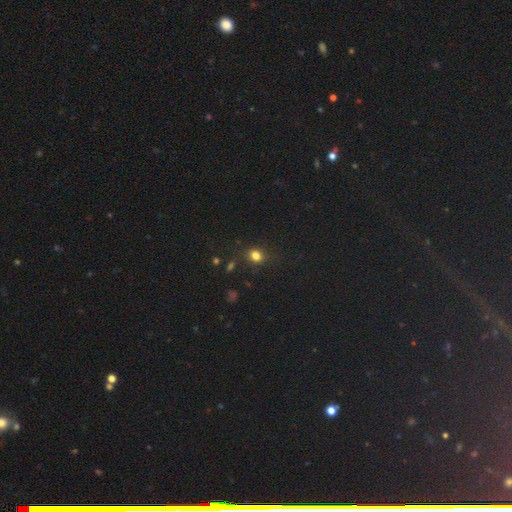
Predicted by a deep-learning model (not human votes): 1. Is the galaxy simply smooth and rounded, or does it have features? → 79% smooth, 15% star or artifact, 6% featured or disk.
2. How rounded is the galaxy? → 63% round, 36% in between, 1% cigar-shaped.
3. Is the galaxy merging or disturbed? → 82% none, 12% minor disturbance, 4% major disturbance, 2% merger.